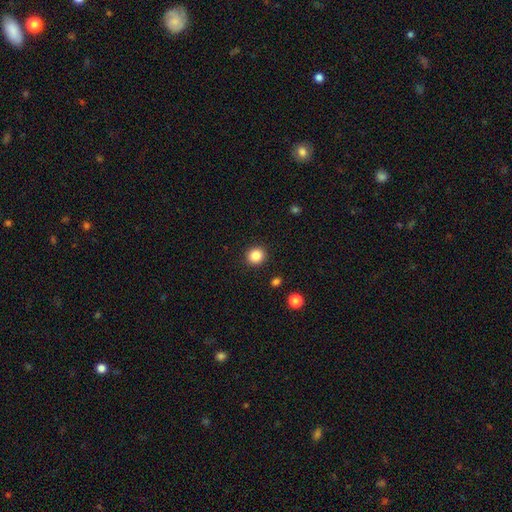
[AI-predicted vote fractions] Smooth or featured: smooth — 85% (star or artifact — 10%)
How rounded: round — 89% (in between — 10%)
Merging: none — 92% (minor disturbance — 5%)